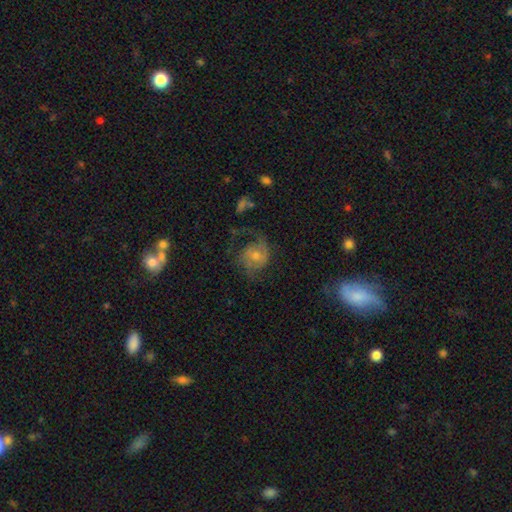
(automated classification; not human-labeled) Morphology: type=featured or disk (62%); edge-on=no (97%); bar=no (67%); spiral arms=yes (85%); winding=medium (45%); arm count=2 (55%); bulge=moderate (46%); merging=none (55%).